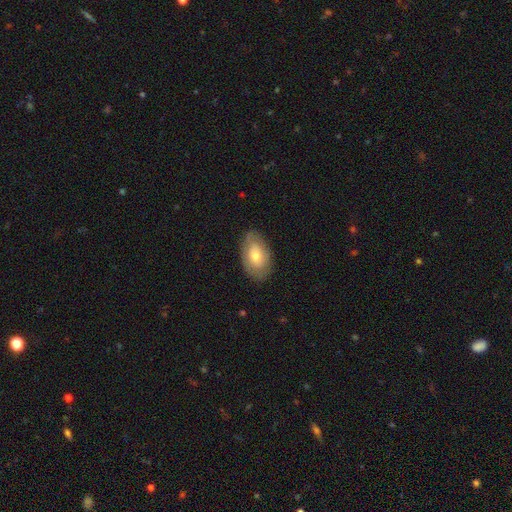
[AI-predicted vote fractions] Smooth or featured?
  - smooth: 56% *
  - featured or disk: 38%
  - star or artifact: 7%
How rounded?
  - in between: 90% *
  - round: 9%
  - cigar-shaped: 2%
Merging?
  - none: 79% *
  - minor disturbance: 16%
  - major disturbance: 4%
  - merger: 1%